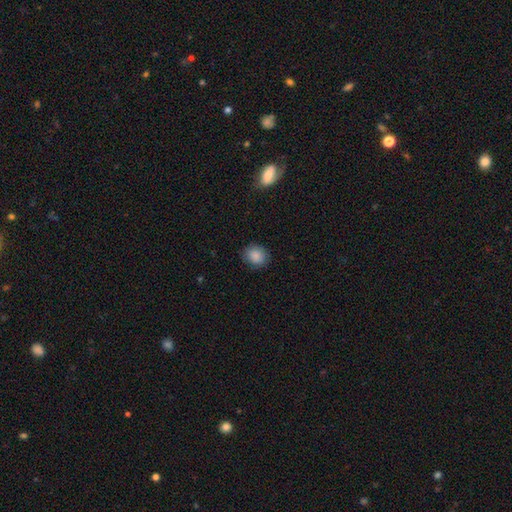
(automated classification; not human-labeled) A smooth galaxy with no disk features (88%) that is round (70%). Merging: none (85%).